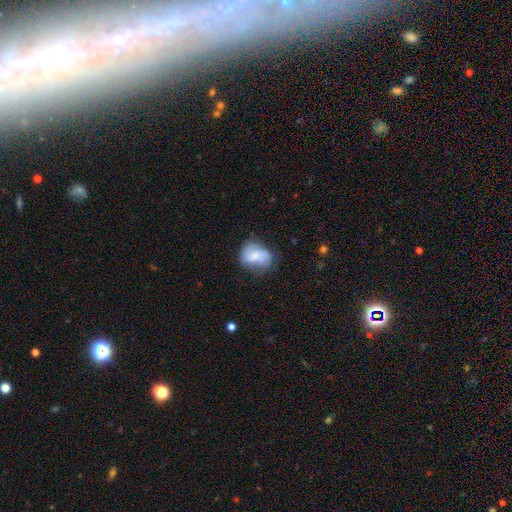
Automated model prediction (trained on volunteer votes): Smooth or featured? smooth (57%)
How rounded? in between (66%)
Merging? none (49%)